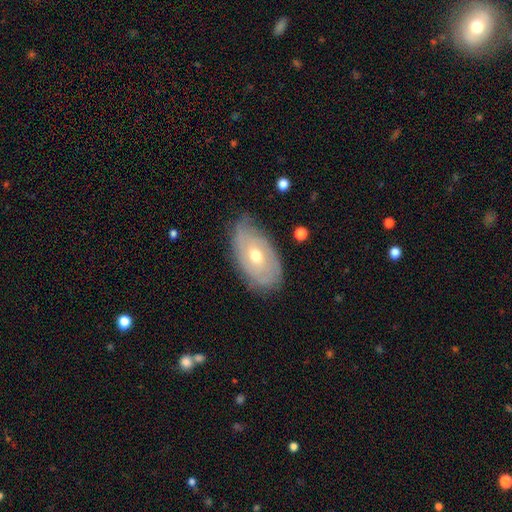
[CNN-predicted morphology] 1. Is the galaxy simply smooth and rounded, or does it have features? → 60% featured or disk, 34% smooth, 7% star or artifact.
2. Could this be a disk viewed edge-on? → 89% no, 11% yes.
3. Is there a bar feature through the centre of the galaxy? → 75% no, 20% weak, 4% strong.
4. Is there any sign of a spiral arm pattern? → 65% yes, 35% no.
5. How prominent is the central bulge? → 68% moderate, 27% small, 3% large, 1% dominant, 1% none.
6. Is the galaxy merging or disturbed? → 68% none, 25% minor disturbance, 6% major disturbance, 1% merger.